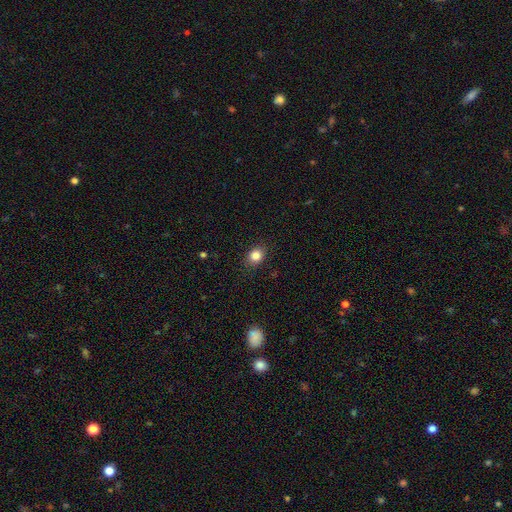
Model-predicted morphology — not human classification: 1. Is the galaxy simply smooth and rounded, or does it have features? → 84% smooth, 11% star or artifact, 5% featured or disk.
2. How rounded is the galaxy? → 55% round, 44% in between, 1% cigar-shaped.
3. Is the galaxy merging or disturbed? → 86% none, 10% minor disturbance, 3% major disturbance, 1% merger.